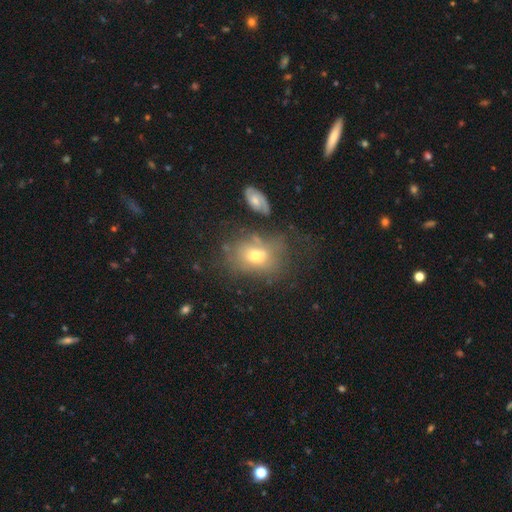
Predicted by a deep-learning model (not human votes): smooth 59%, featured or disk 27%, star or artifact 13%. Down the decision tree: how rounded — in between (63%); merging — none (51%).